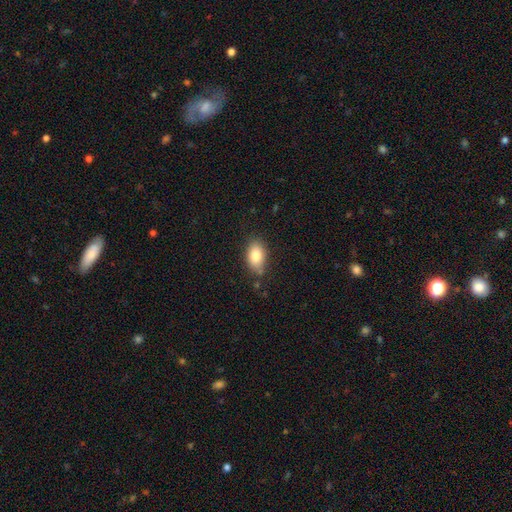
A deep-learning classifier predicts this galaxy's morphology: smooth 83%, featured or disk 9%, star or artifact 7%. Down the decision tree: how rounded — in between (90%); merging — none (79%).